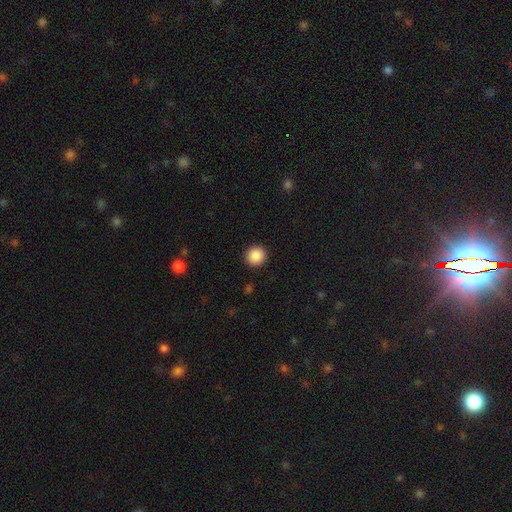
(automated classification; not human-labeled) smooth_or_featured: smooth (p=0.88) [alt: star or artifact p=0.09]
how_rounded: round (p=0.93) [alt: in between p=0.06]
merging: none (p=0.92) [alt: minor disturbance p=0.05]